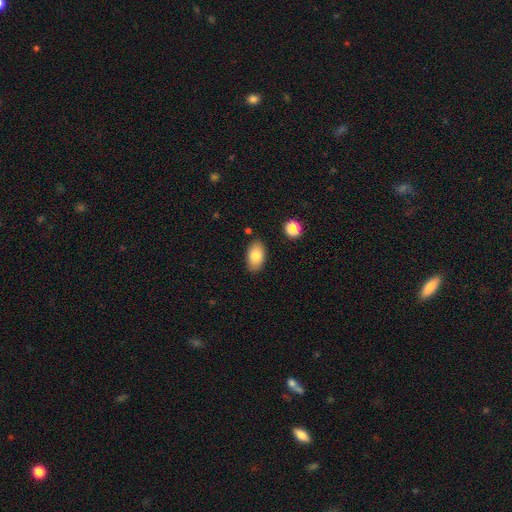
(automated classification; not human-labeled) Overall: smooth (80%). How rounded: in between (92%). Merging: none (85%).